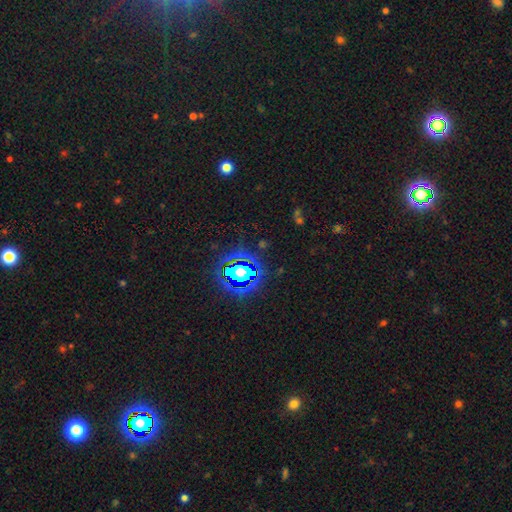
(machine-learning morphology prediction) star or artifact 82%, smooth 11%, featured or disk 7%.